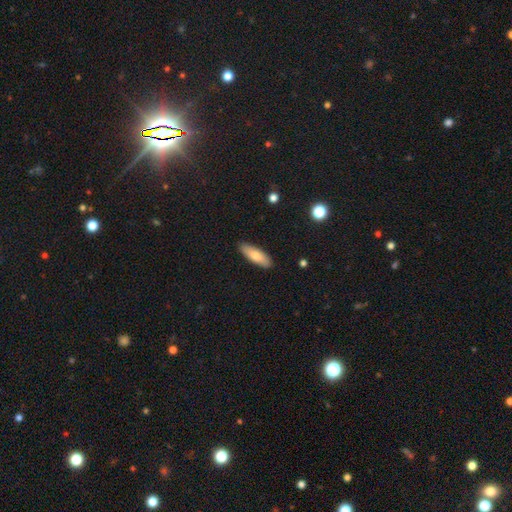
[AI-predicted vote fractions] A smooth galaxy with no disk features (78%) that is in between round and cigar-shaped (57%). Merging: none (89%).